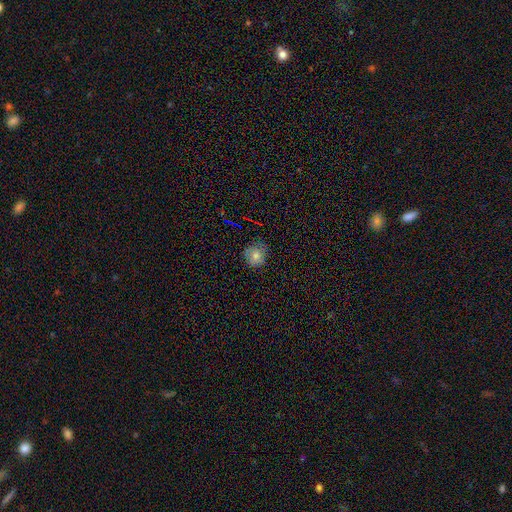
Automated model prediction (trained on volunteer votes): smooth_or_featured: smooth (p=0.72) [alt: star or artifact p=0.15]
how_rounded: round (p=0.87) [alt: in between p=0.12]
merging: none (p=0.81) [alt: minor disturbance p=0.15]